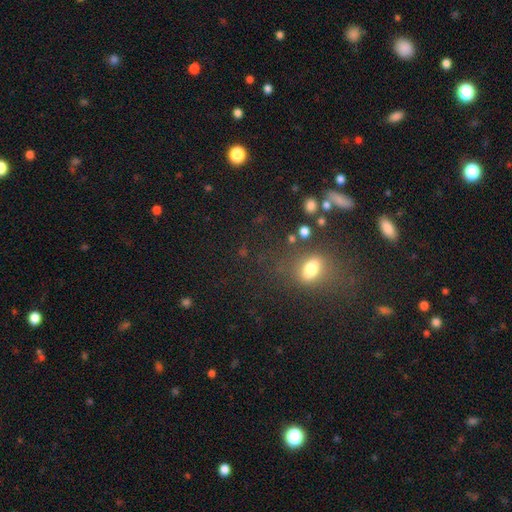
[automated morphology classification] type=smooth (47%); merging=none (76%).